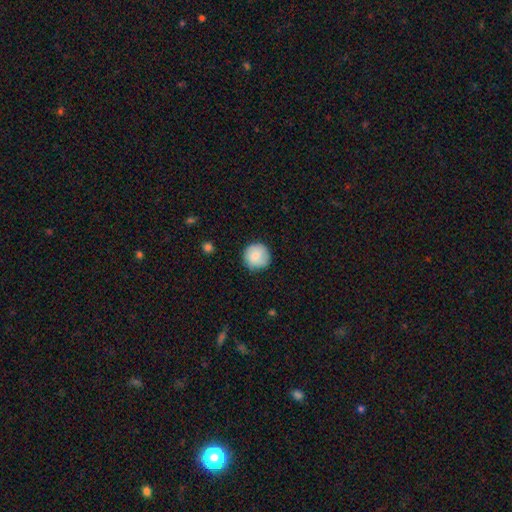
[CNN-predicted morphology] A smooth galaxy with no disk features (82%) that is round (95%). Merging: none (85%).